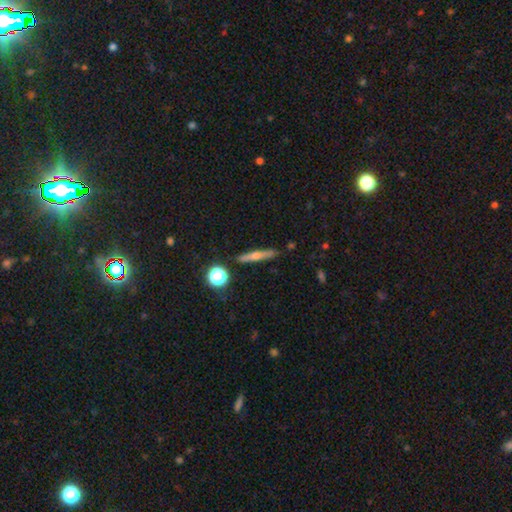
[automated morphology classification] Smooth or featured? Predicted: featured or disk (p=0.54). Edge-on disk? Predicted: yes (p=0.94). Edge-on bulge? Predicted: rounded (p=0.82). Merging? Predicted: none (p=0.88).